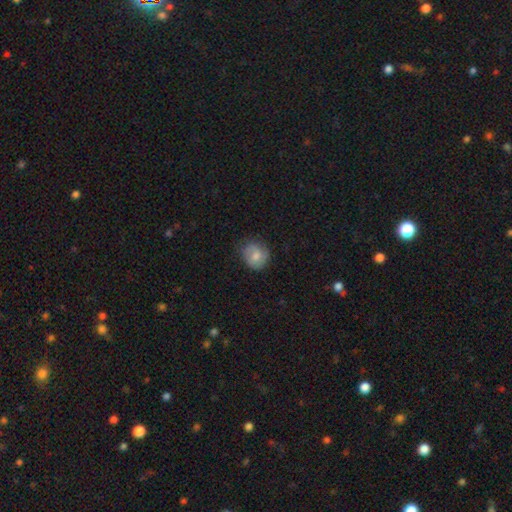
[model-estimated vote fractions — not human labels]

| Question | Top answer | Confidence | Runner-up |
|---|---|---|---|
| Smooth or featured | smooth | 72% | featured or disk (20%) |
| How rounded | round | 78% | in between (21%) |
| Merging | none | 69% | minor disturbance (24%) |